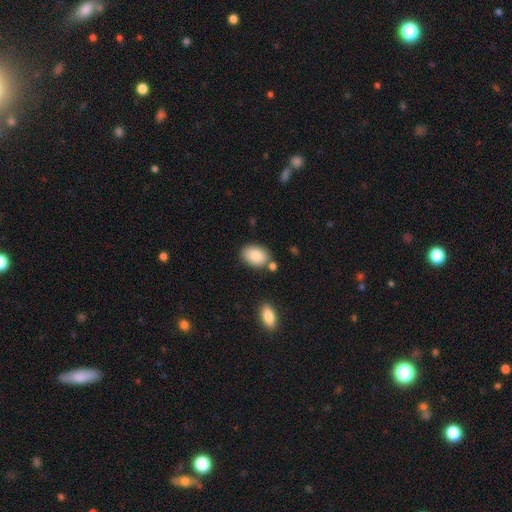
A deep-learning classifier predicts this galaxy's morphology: Smooth or featured: smooth — 86% (star or artifact — 7%)
How rounded: in between — 84% (round — 14%)
Merging: none — 74% (minor disturbance — 14%)